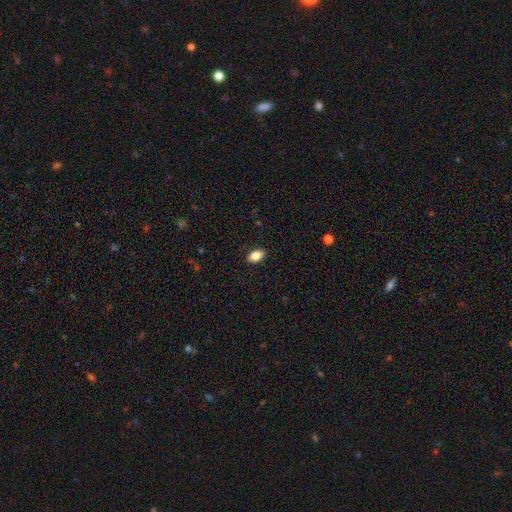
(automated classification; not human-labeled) smooth 86%, star or artifact 8%, featured or disk 6%. Down the decision tree: how rounded — in between (89%); merging — none (88%).